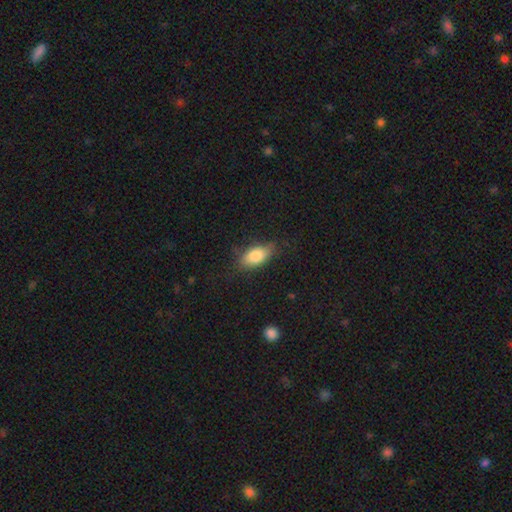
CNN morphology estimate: Q: Smooth or featured?
A: smooth (81%); runner-up: featured or disk (12%)
Q: How rounded?
A: in between (87%); runner-up: cigar-shaped (9%)
Q: Merging?
A: none (73%); runner-up: minor disturbance (20%)